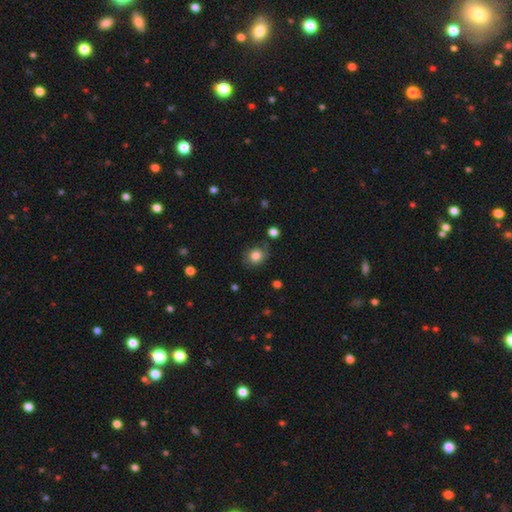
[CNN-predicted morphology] A smooth galaxy with no disk features (75%) that is round (67%). Merging: none (72%).